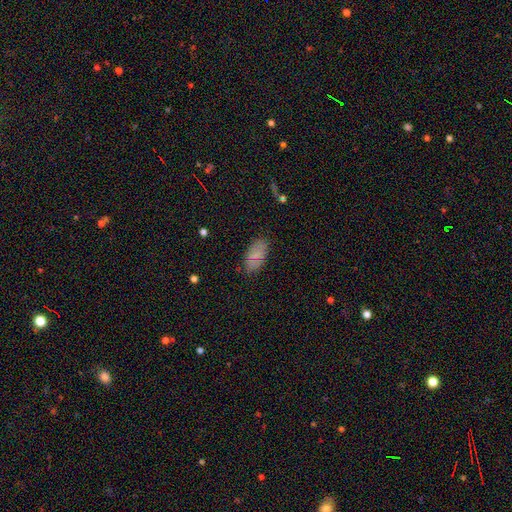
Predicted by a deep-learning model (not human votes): smooth_or_featured: smooth (p=0.74) [alt: featured or disk p=0.16]
how_rounded: in between (p=0.93) [alt: cigar-shaped p=0.04]
merging: none (p=0.83) [alt: minor disturbance p=0.13]